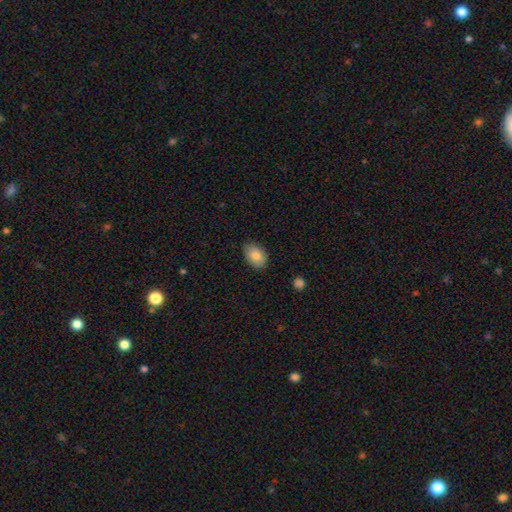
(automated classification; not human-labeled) Morphology: type=smooth (85%); roundness=in between (86%); merging=none (84%).